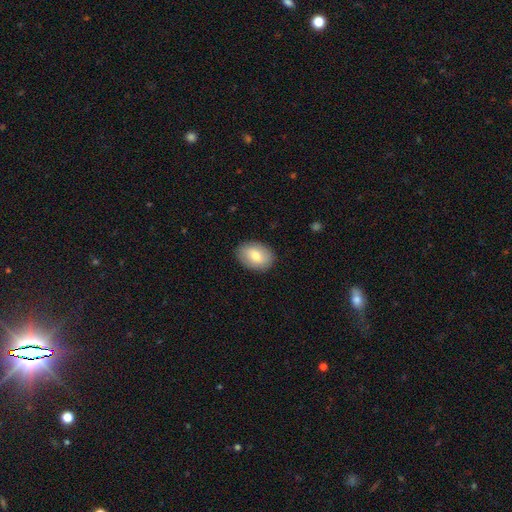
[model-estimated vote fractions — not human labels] Q: Smooth or featured?
A: smooth (75%); runner-up: featured or disk (19%)
Q: How rounded?
A: in between (81%); runner-up: round (18%)
Q: Merging?
A: none (87%); runner-up: minor disturbance (10%)